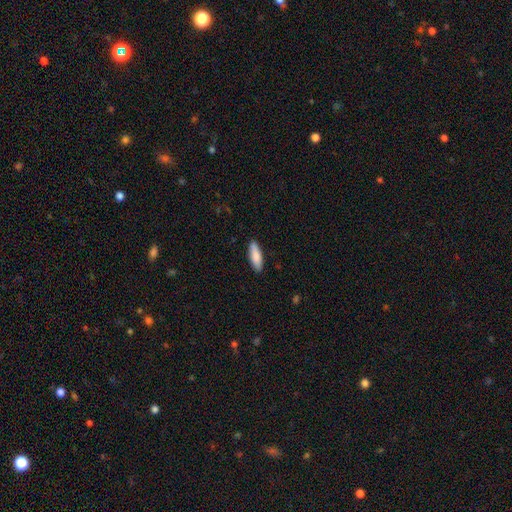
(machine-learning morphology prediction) Smooth or featured: smooth — 86% (featured or disk — 8%)
How rounded: in between — 51% (cigar-shaped — 47%)
Merging: none — 88% (minor disturbance — 9%)